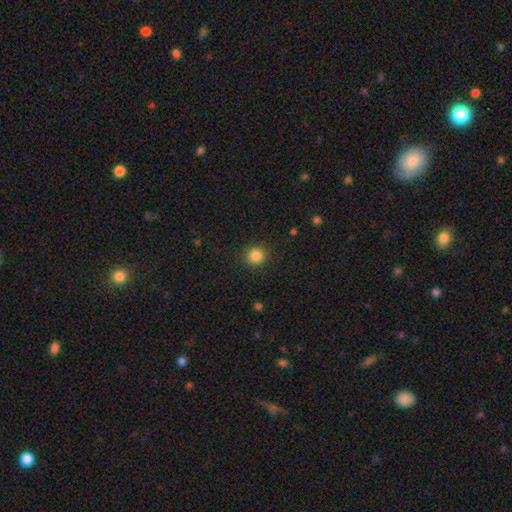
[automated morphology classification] Smooth or featured? smooth (85%)
How rounded? round (91%)
Merging? none (91%)